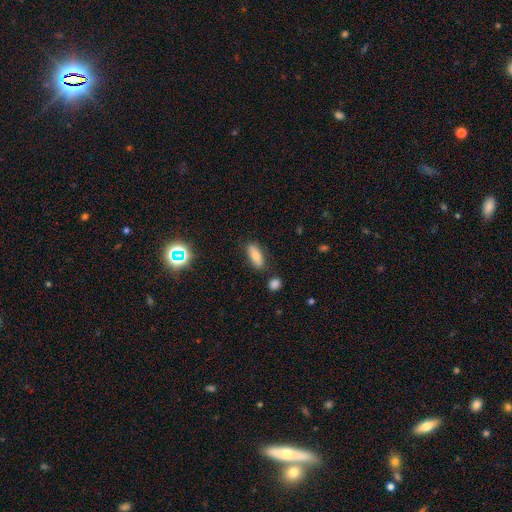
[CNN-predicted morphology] smooth 71%, featured or disk 19%, star or artifact 10%. Down the decision tree: how rounded — in between (72%); merging — none (81%).